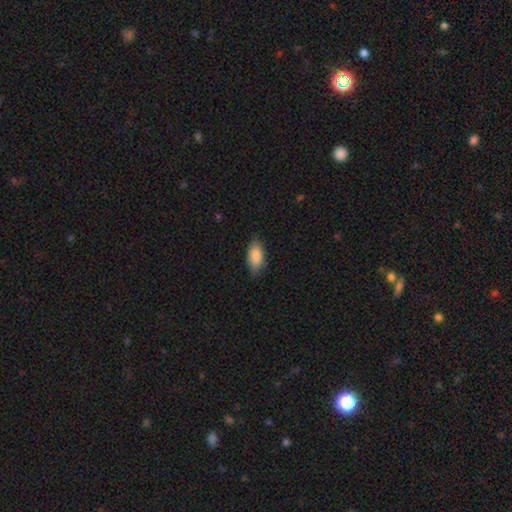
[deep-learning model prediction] Q: Smooth or featured?
A: smooth (87%); runner-up: featured or disk (7%)
Q: How rounded?
A: in between (92%); runner-up: cigar-shaped (5%)
Q: Merging?
A: none (77%); runner-up: minor disturbance (19%)